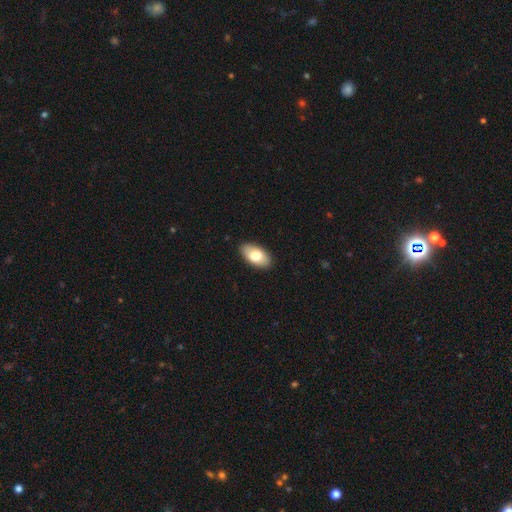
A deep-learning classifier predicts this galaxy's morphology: Smooth or featured? Predicted: smooth (p=0.76). How rounded? Predicted: in between (p=0.95). Merging? Predicted: none (p=0.89).